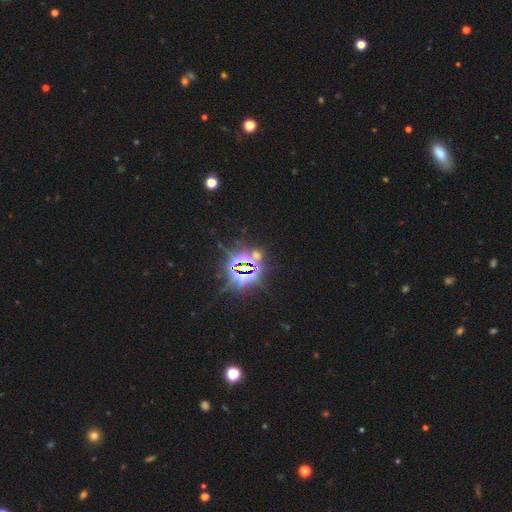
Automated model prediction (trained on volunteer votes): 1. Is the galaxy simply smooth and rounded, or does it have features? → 84% star or artifact, 9% smooth, 8% featured or disk.